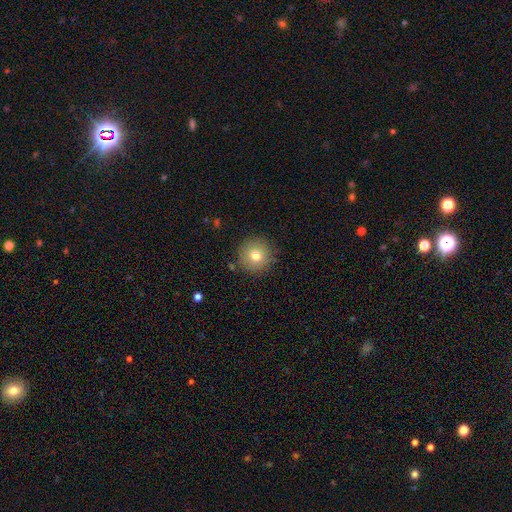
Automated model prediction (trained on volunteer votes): Q: Smooth or featured?
A: smooth (76%); runner-up: featured or disk (12%)
Q: How rounded?
A: round (95%); runner-up: in between (4%)
Q: Merging?
A: none (88%); runner-up: minor disturbance (8%)